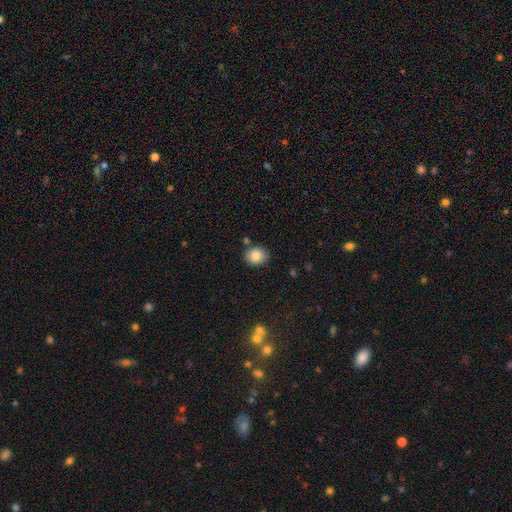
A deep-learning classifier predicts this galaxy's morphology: smooth 85%, star or artifact 9%, featured or disk 7%. Down the decision tree: how rounded — round (56%); merging — none (81%).